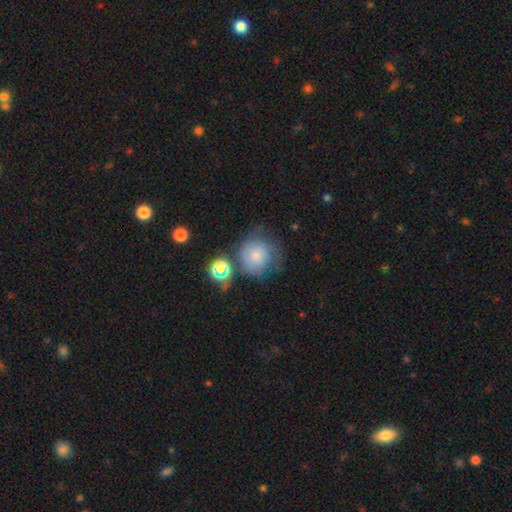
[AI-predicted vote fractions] smooth 70%, featured or disk 16%, star or artifact 14%. Down the decision tree: how rounded — round (88%); merging — none (54%).